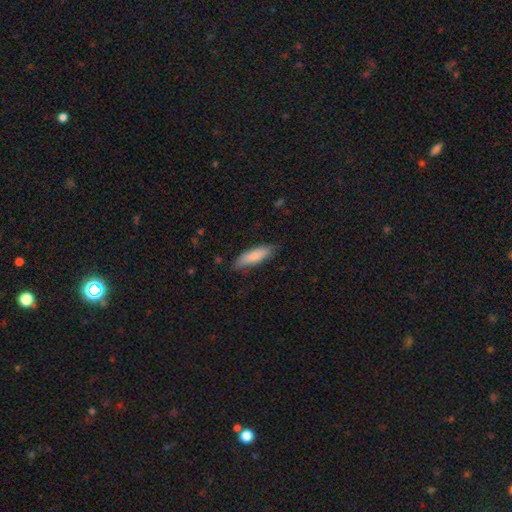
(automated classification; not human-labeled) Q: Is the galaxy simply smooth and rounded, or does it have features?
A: smooth — 81%.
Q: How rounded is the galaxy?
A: cigar-shaped — 53%.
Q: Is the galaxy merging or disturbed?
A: none — 79%.